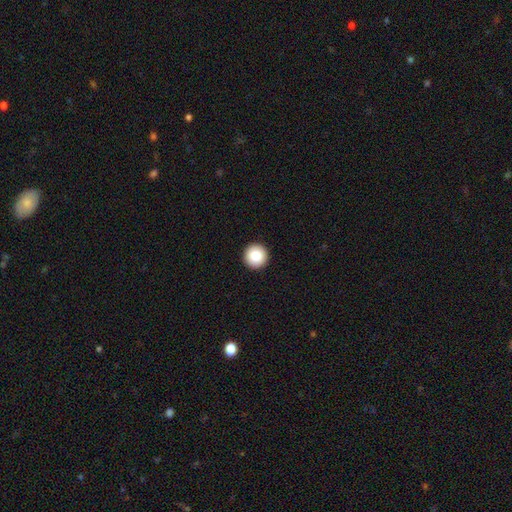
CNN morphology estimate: Overall: smooth (85%). How rounded: round (97%). Merging: none (94%).